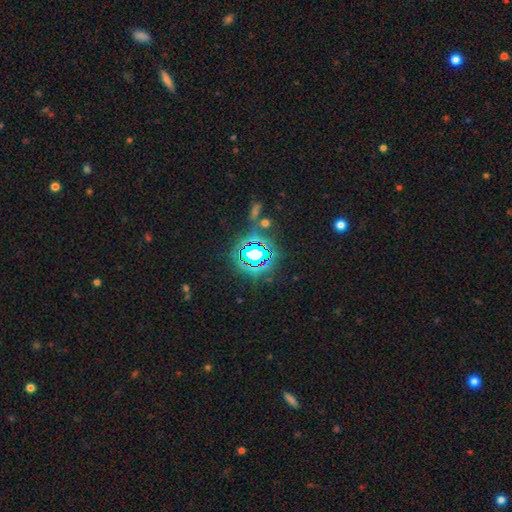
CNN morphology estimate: Smooth or featured: star or artifact — 73% (smooth — 17%)